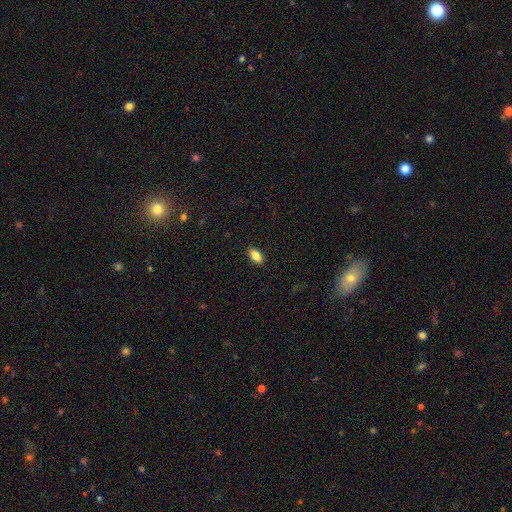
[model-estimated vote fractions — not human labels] Q: Smooth or featured?
A: smooth (81%); runner-up: featured or disk (11%)
Q: How rounded?
A: in between (89%); runner-up: cigar-shaped (7%)
Q: Merging?
A: none (89%); runner-up: minor disturbance (8%)